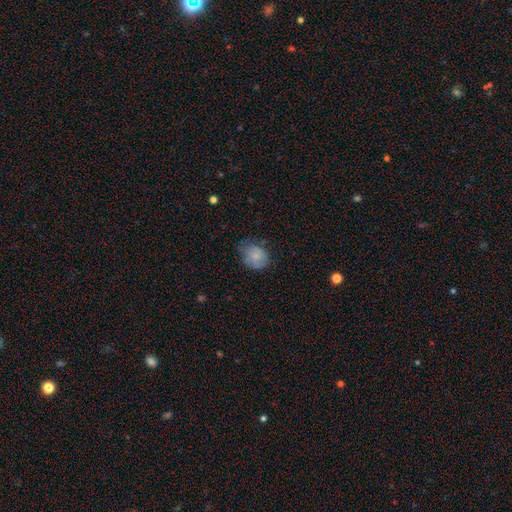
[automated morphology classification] This is likely a smooth galaxy (74%). How rounded: likely round (62%). Merging: possibly none (54%).